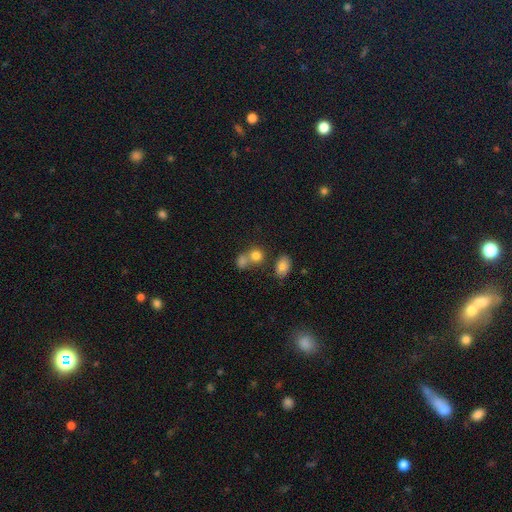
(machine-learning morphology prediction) Smooth or featured? Predicted: smooth (p=0.79). How rounded? Predicted: round (p=0.73). Merging? Predicted: none (p=0.44, tied with merger).